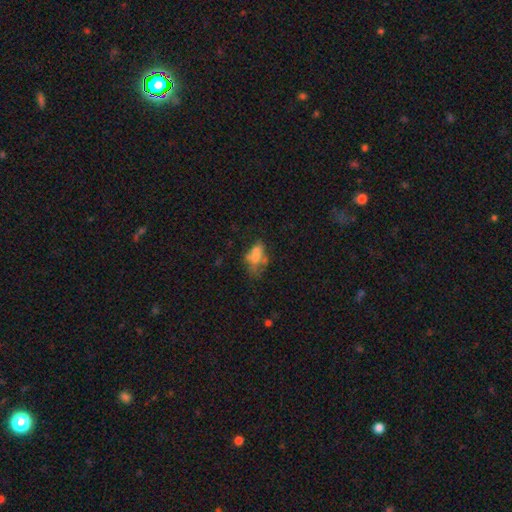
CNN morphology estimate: The model was most divided on "merging": none: 29%, merger: 27%, major disturbance: 23%, minor disturbance: 21%. More confident: how rounded — in between (83%); smooth or featured — smooth (56%).